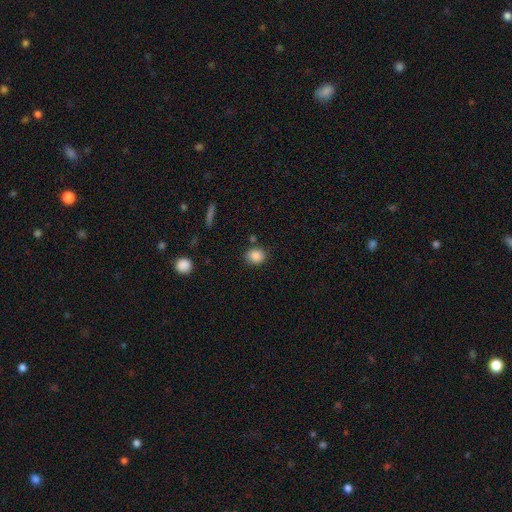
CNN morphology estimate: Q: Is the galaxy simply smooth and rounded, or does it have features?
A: smooth — 87%.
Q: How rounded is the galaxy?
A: round — 61%.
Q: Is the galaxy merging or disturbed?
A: none — 79%.